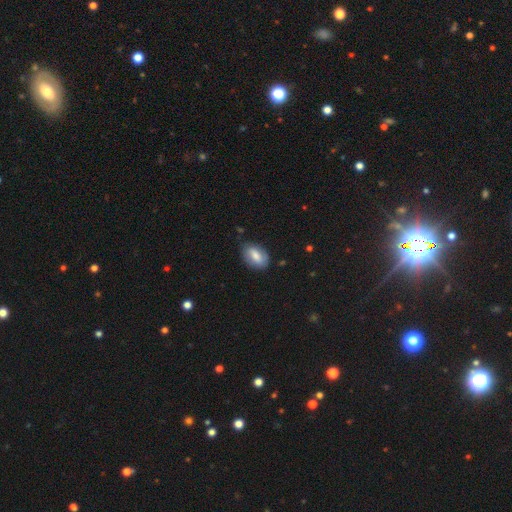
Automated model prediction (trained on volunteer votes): Smooth or featured? smooth (68%)
How rounded? in between (88%)
Merging? none (75%)